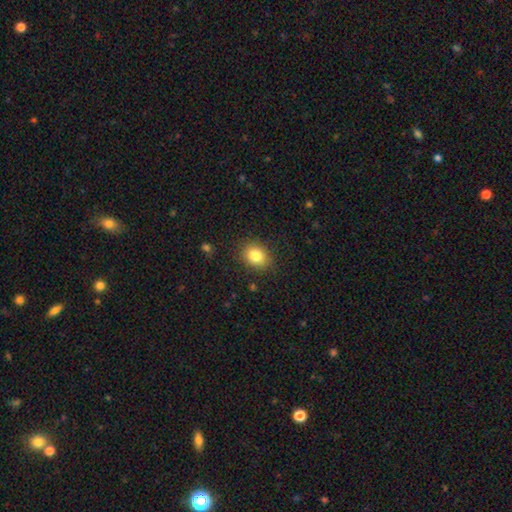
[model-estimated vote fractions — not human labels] A smooth galaxy with no disk features (82%) that is in between round and cigar-shaped (50%).

Vote fractions:
- Smooth or featured? smooth: 82% / star or artifact: 10% / featured or disk: 8%
- How rounded? in between: 50% / round: 49% / cigar-shaped: 1%
- Merging? none: 85% / minor disturbance: 10% / major disturbance: 3% / merger: 1%